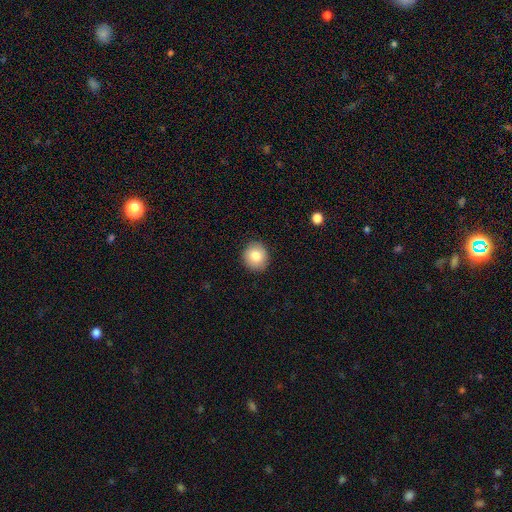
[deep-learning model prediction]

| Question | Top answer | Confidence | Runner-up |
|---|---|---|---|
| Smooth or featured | smooth | 81% | featured or disk (10%) |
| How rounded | round | 86% | in between (13%) |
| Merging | none | 90% | minor disturbance (7%) |